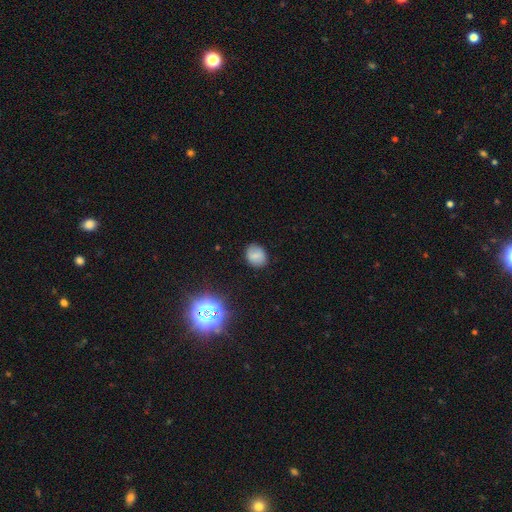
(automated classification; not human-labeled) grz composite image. It shows a smooth galaxy with no disk features (75%) that is round (51%). Merging: none (84%).